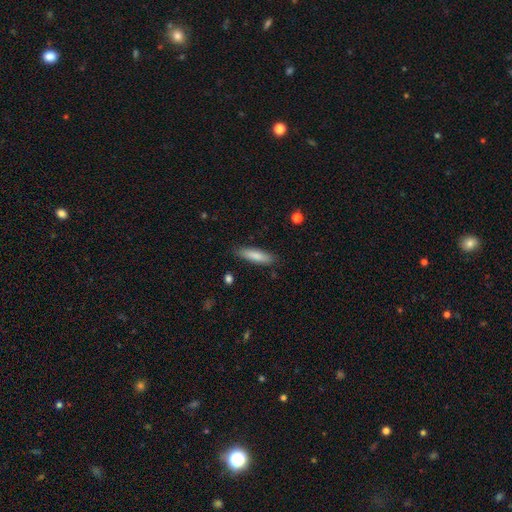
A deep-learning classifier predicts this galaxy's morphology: Smooth or featured?
  - smooth: 82% *
  - featured or disk: 12%
  - star or artifact: 6%
How rounded?
  - cigar-shaped: 69% *
  - in between: 30%
  - round: 1%
Merging?
  - none: 86% *
  - minor disturbance: 10%
  - major disturbance: 2%
  - merger: 1%